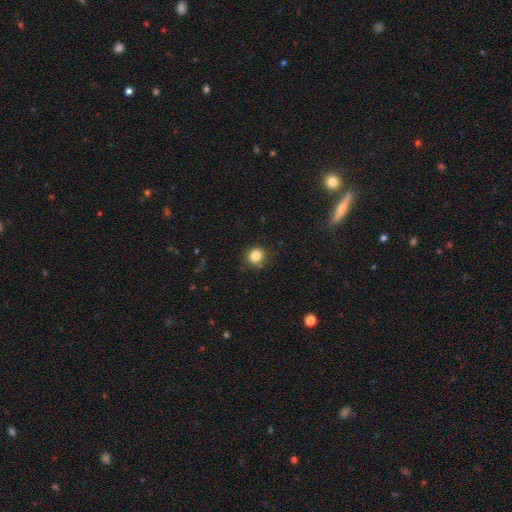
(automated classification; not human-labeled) Smooth or featured: smooth — 83% (star or artifact — 12%)
How rounded: round — 84% (in between — 15%)
Merging: none — 84% (minor disturbance — 11%)